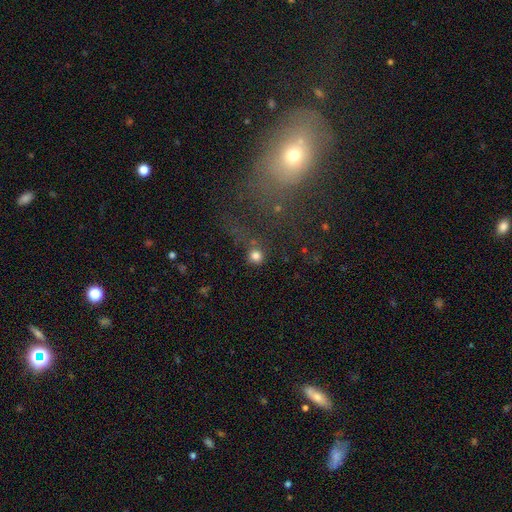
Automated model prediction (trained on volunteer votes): Smooth or featured: smooth — 79% (star or artifact — 15%)
How rounded: round — 93% (in between — 6%)
Merging: none — 75% (minor disturbance — 10%)